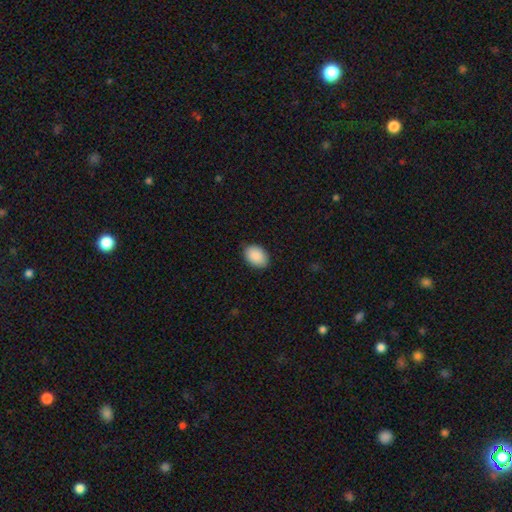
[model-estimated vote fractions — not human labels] Smooth or featured?
  - smooth: 90% *
  - star or artifact: 7%
  - featured or disk: 3%
How rounded?
  - in between: 80% *
  - round: 19%
  - cigar-shaped: 1%
Merging?
  - none: 87% *
  - minor disturbance: 10%
  - major disturbance: 2%
  - merger: 1%